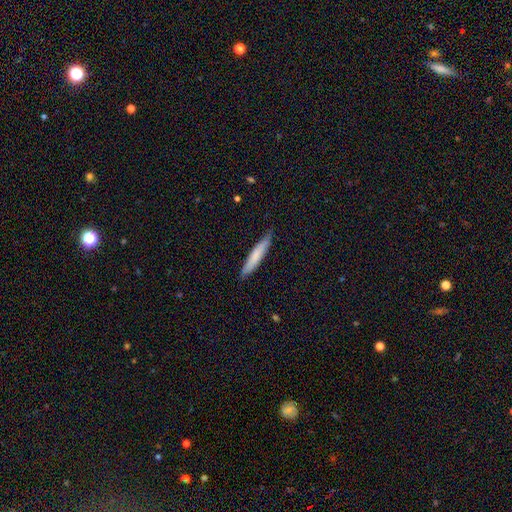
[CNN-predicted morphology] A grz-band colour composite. It shows a smooth galaxy with no disk features (71%) that is cigar-shaped (92%). Merging: none (84%).